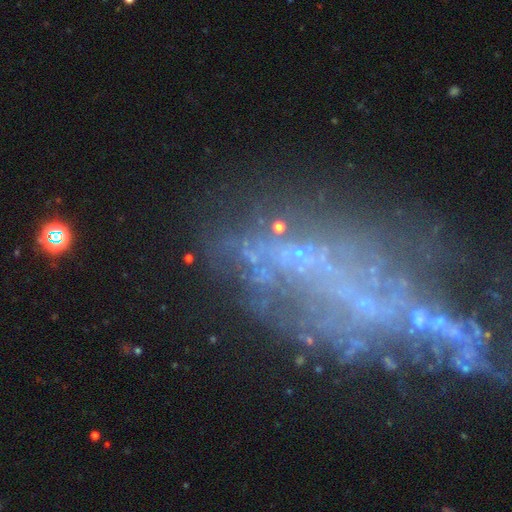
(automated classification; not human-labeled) smooth_or_featured: featured or disk (p=0.44) [alt: star or artifact p=0.37]
merging: none (p=0.57) [alt: minor disturbance p=0.18]